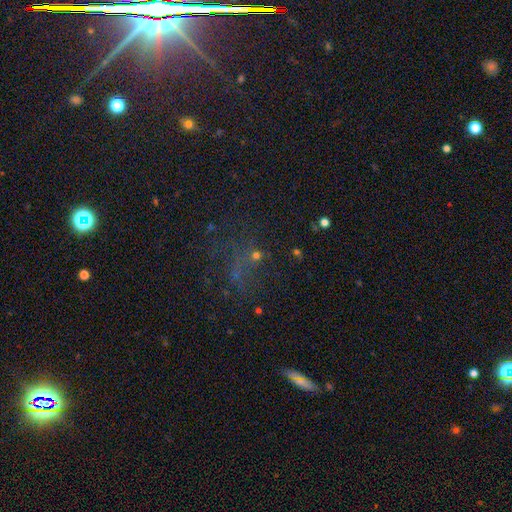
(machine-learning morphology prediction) star or artifact 47%, smooth 34%, featured or disk 19%.